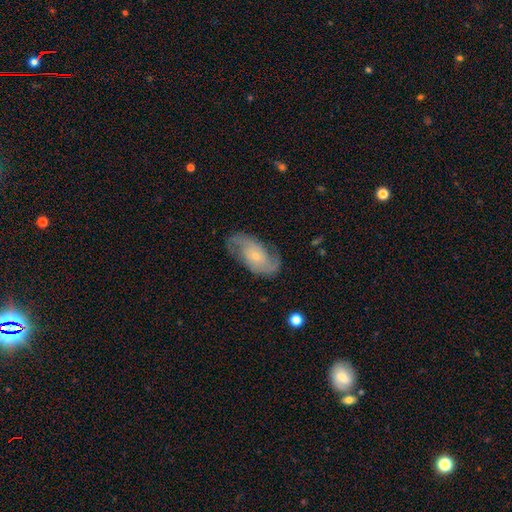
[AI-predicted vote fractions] smooth-or-featured: featured or disk: 82% | smooth: 12% | star or artifact: 6%
  disk-edge-on: no: 96% | yes: 4%
    bar: no: 67% | weak: 27% | strong: 6%
    has-spiral-arms: yes: 95% | no: 5%
      spiral-winding: medium: 47% | loose: 27% | tight: 26%
      spiral-arm-count: 2: 88% | can't tell: 6% | 3: 2% | 1: 2% | 4: 1% | more than 4: 1%
    bulge-size: small: 73% | moderate: 22% | none: 3% | large: 2% | dominant: 1%
  merging: none: 75% | minor disturbance: 16% | major disturbance: 7% | merger: 1%